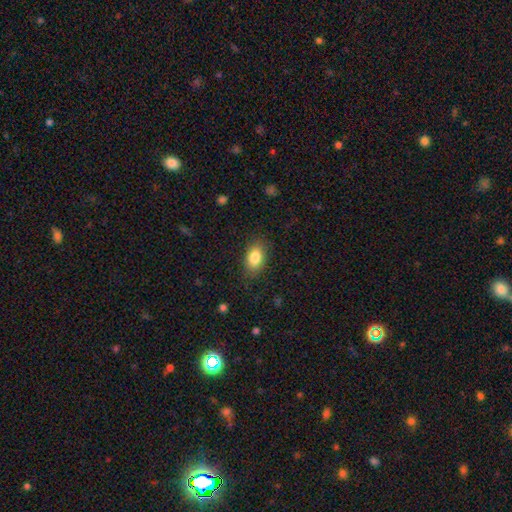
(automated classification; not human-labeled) A smooth galaxy with no disk features (84%) that is in between round and cigar-shaped (87%).

Vote fractions:
- Smooth or featured? smooth: 84% / star or artifact: 8% / featured or disk: 8%
- How rounded? in between: 87% / round: 11% / cigar-shaped: 2%
- Merging? none: 85% / minor disturbance: 11% / major disturbance: 3% / merger: 1%